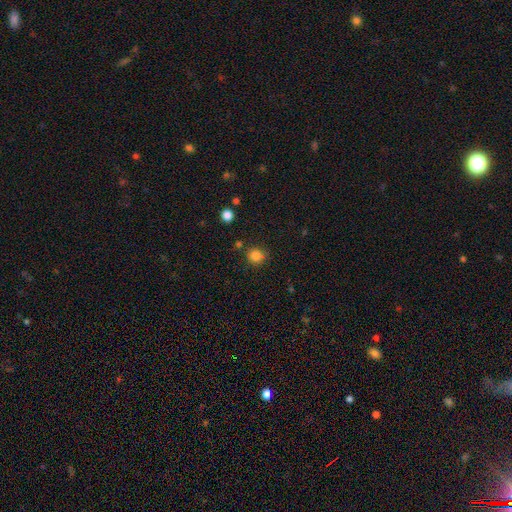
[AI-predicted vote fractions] smooth-or-featured: smooth: 84% | star or artifact: 12% | featured or disk: 4%
  how-rounded: round: 86% | in between: 14% | cigar-shaped: 1%
  merging: none: 79% | minor disturbance: 12% | merger: 5% | major disturbance: 3%